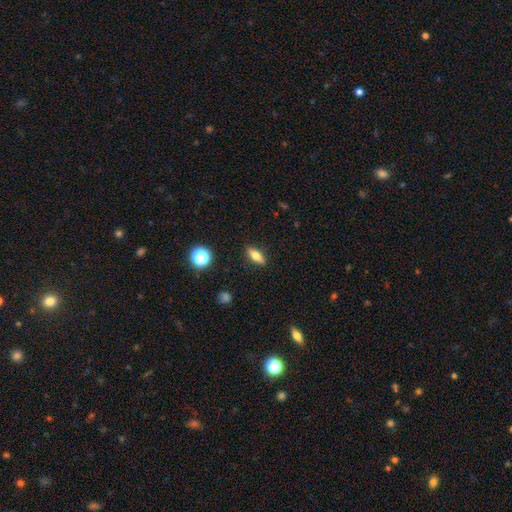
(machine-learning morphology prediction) smooth-or-featured: smooth: 61% | featured or disk: 30% | star or artifact: 10%
  how-rounded: in between: 59% | cigar-shaped: 35% | round: 6%
  merging: none: 89% | minor disturbance: 8% | major disturbance: 2% | merger: 1%